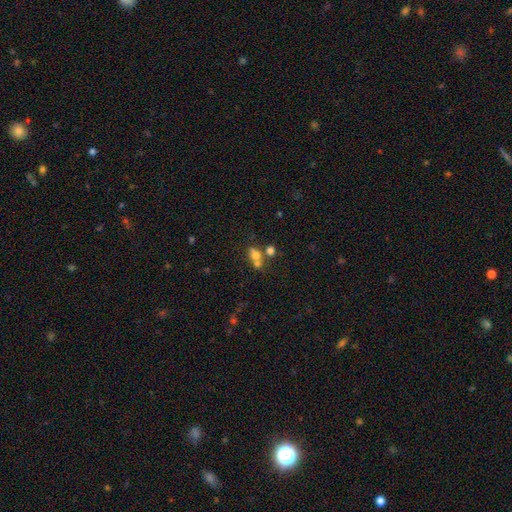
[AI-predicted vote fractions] A smooth galaxy with no disk features (65%) that is in between round and cigar-shaped (51%). Merging: merger (51%).